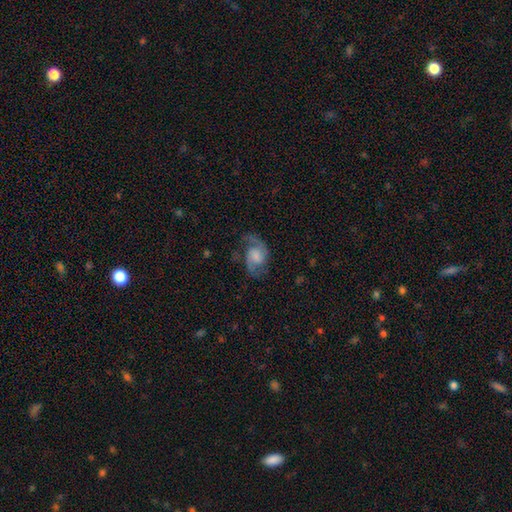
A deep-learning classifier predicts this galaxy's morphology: smooth_or_featured: featured or disk (p=0.79) [alt: smooth p=0.14]
disk_edge_on: no (p=0.98) [alt: yes p=0.02]
bar: no (p=0.51) [alt: weak p=0.40]
has_spiral_arms: yes (p=0.95) [alt: no p=0.05]
spiral_winding: medium (p=0.50) [alt: loose p=0.38]
spiral_arm_count: 2 (p=0.89) [alt: 1 p=0.04]
bulge_size: small (p=0.28) [tied with: none p=0.28]
merging: none (p=0.64) [alt: minor disturbance p=0.19]